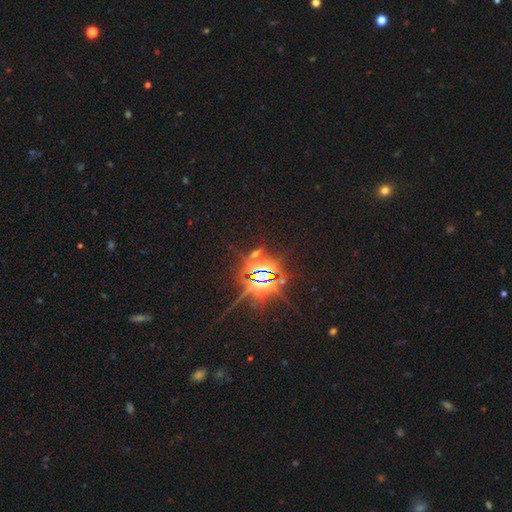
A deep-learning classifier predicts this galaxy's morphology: Smooth or featured? Predicted: star or artifact (p=0.86).